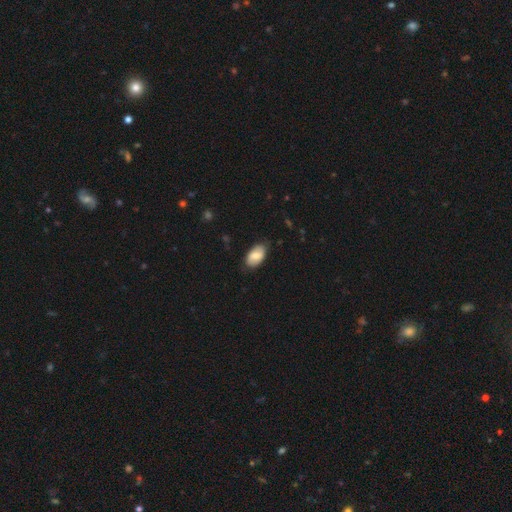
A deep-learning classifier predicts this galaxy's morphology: A smooth galaxy with no disk features (70%) that is in between round and cigar-shaped (94%).

Vote fractions:
- Smooth or featured? smooth: 70% / featured or disk: 24% / star or artifact: 6%
- How rounded? in between: 94% / round: 4% / cigar-shaped: 2%
- Merging? none: 78% / minor disturbance: 18% / major disturbance: 3% / merger: 1%